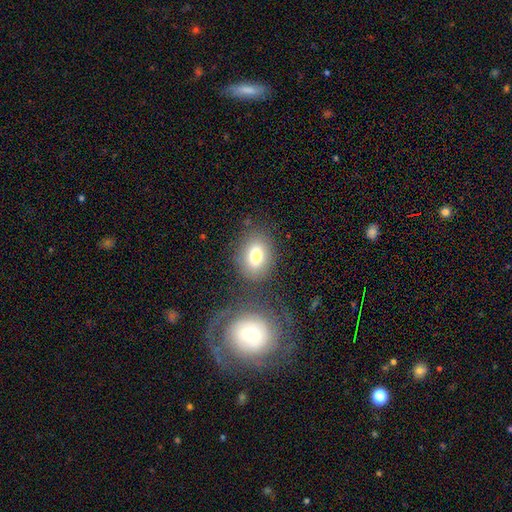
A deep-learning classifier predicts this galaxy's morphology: Smooth or featured? Predicted: smooth (p=0.78). How rounded? Predicted: in between (p=0.76). Merging? Predicted: none (p=0.74).